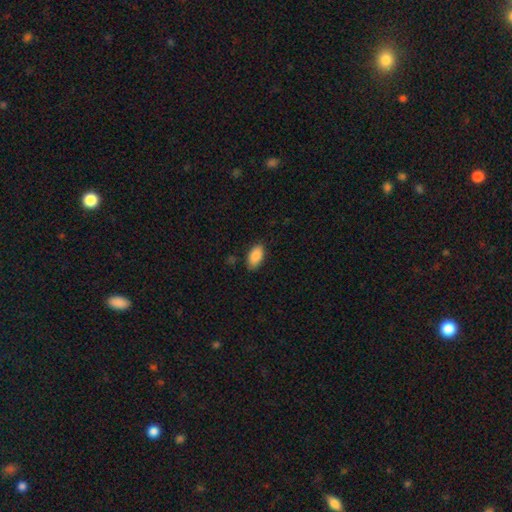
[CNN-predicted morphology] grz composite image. It shows a smooth galaxy with no disk features (88%) that is in between round and cigar-shaped (93%). Merging: none (85%).